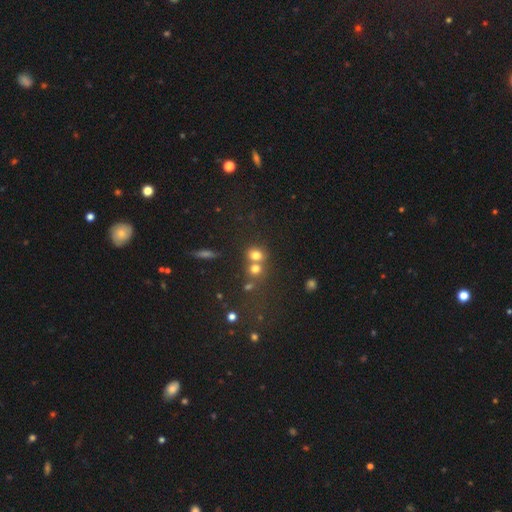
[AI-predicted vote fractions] This appears to be a smooth galaxy with no disk features (73%) that is round (70%). Merging: merger (46%).